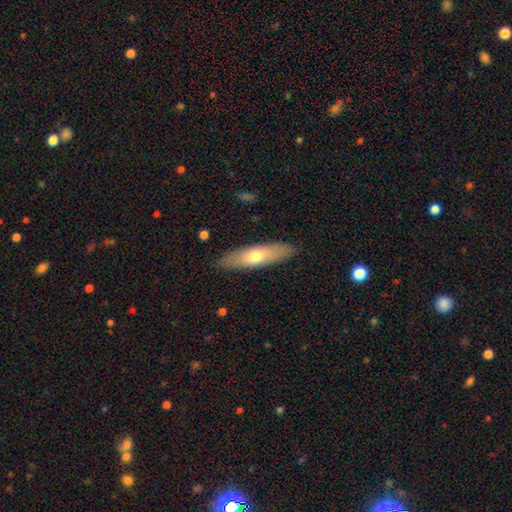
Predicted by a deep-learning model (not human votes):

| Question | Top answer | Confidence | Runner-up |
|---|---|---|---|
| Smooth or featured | smooth | 61% | featured or disk (34%) |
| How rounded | cigar-shaped | 63% | in between (35%) |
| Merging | none | 87% | minor disturbance (10%) |